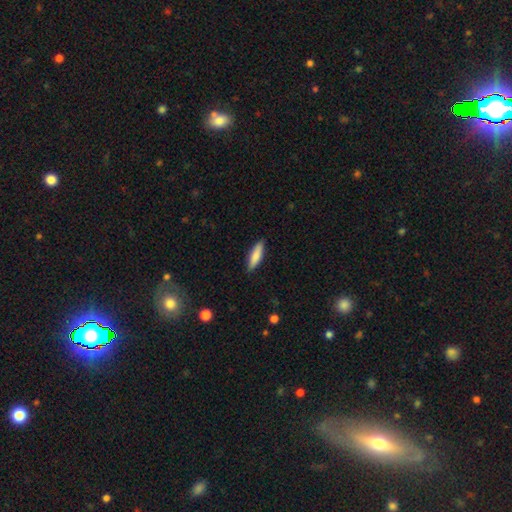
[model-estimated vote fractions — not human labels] This appears to be a smooth galaxy with no disk features (80%) that is cigar-shaped (66%). Merging: none (88%).